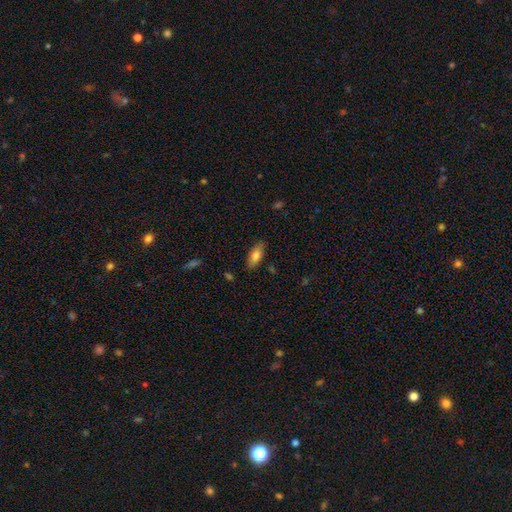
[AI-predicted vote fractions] smooth-or-featured: smooth: 79% | featured or disk: 14% | star or artifact: 7%
  how-rounded: in between: 83% | cigar-shaped: 15% | round: 2%
  merging: none: 85% | minor disturbance: 11% | major disturbance: 2% | merger: 1%